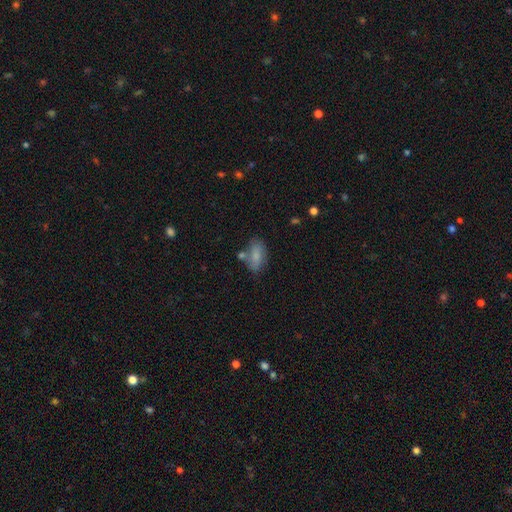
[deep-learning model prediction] smooth_or_featured: smooth (p=0.79) [alt: featured or disk p=0.14]
how_rounded: in between (p=0.87) [alt: cigar-shaped p=0.08]
merging: none (p=0.58) [alt: minor disturbance p=0.20]